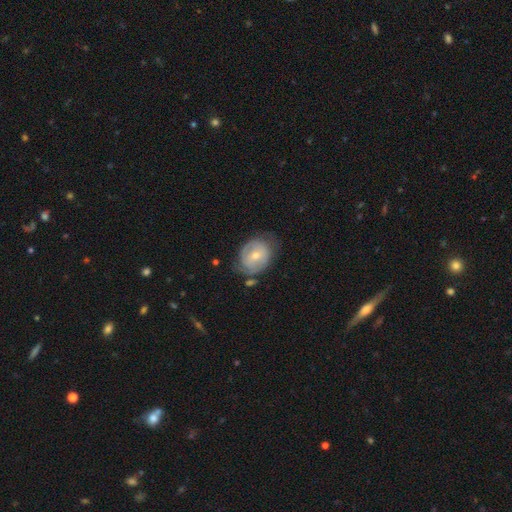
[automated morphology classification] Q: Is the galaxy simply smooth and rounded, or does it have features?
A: featured or disk — 54%.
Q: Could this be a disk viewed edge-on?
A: no — 96%.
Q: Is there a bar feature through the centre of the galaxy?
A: no — 55%.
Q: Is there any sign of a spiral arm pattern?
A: yes — 61%.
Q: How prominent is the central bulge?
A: moderate — 49%.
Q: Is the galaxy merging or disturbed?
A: none — 55%.